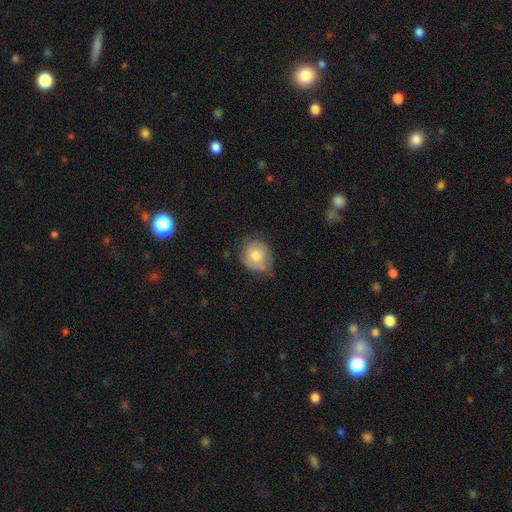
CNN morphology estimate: This appears to be a smooth galaxy with no disk features (64%) that is round (75%). Merging: none (55%).